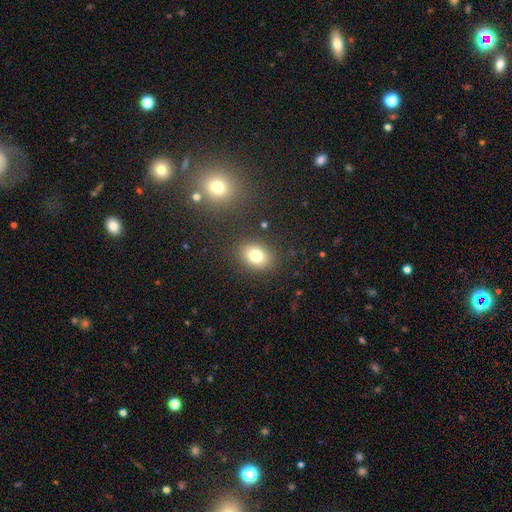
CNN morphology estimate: Overall: smooth (78%). How rounded: in between (63%; round 36%). Merging: none (86%).